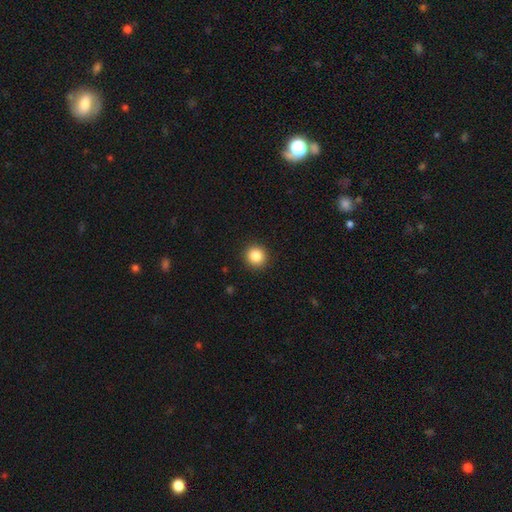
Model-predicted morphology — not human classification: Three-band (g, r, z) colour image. It shows a smooth galaxy with no disk features (86%) that is round (93%). Merging: none (92%).